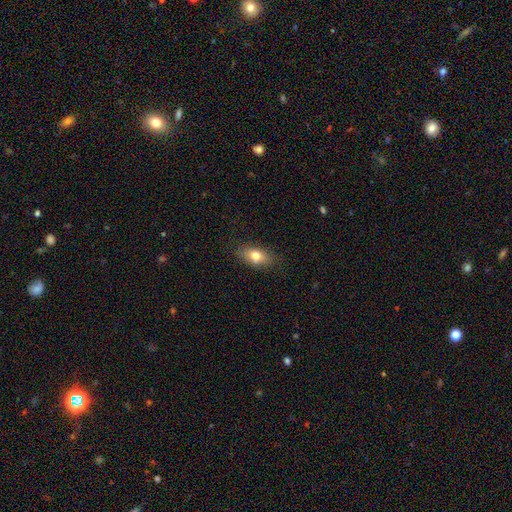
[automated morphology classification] Smooth or featured: smooth — 74% (featured or disk — 17%)
How rounded: in between — 82% (cigar-shaped — 10%)
Merging: none — 83% (minor disturbance — 13%)